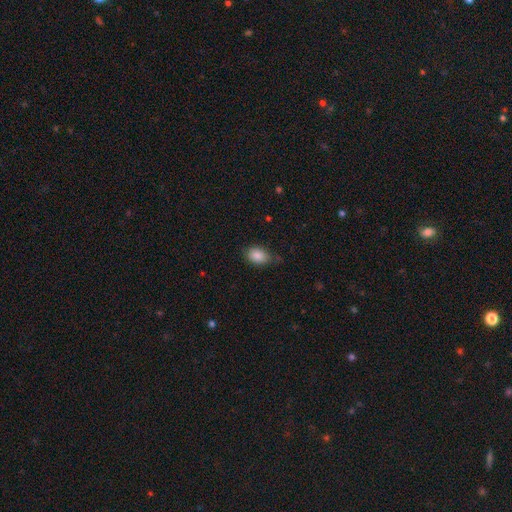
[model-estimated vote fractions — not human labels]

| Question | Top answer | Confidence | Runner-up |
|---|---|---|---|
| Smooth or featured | smooth | 87% | star or artifact (8%) |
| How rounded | in between | 81% | round (17%) |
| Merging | none | 66% | minor disturbance (26%) |